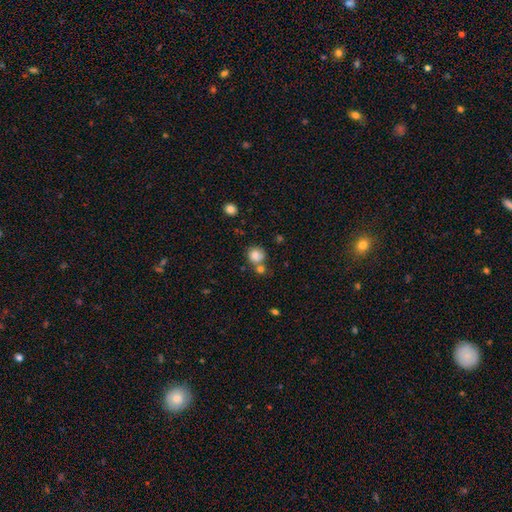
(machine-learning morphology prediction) The model was most divided on "merging": none: 55%, merger: 27%, minor disturbance: 13%, major disturbance: 5%. More confident: how rounded — round (84%); smooth or featured — smooth (81%).